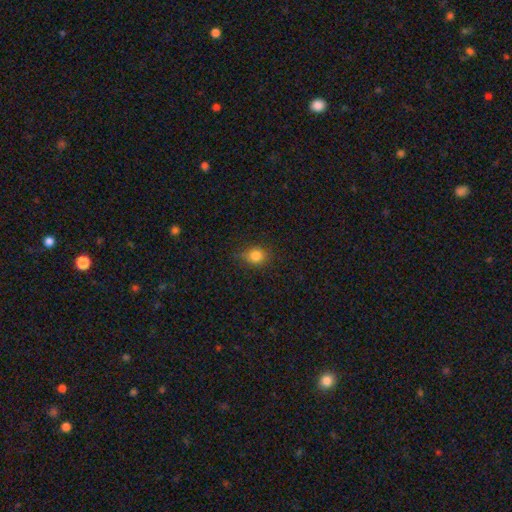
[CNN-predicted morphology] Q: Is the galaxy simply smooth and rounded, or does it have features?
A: smooth — 81%.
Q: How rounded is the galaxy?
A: round — 78%.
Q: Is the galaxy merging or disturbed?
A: none — 79%.